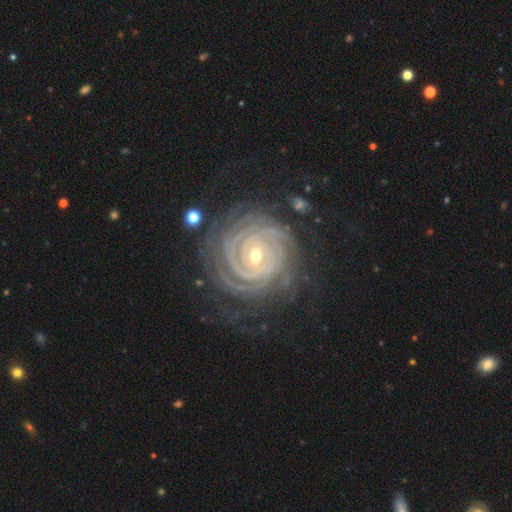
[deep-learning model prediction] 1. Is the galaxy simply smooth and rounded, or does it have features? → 92% featured or disk, 5% star or artifact, 3% smooth.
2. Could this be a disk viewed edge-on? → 97% no, 3% yes.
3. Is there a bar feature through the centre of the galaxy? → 43% no, 31% weak, 26% strong.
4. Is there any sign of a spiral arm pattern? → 99% yes, 1% no.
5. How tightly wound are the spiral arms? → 90% tight, 8% medium, 2% loose.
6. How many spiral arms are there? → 20% 4, 19% 3, 18% 2, 18% more than 4, 18% can't tell, 8% 1.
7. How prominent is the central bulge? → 53% small, 44% moderate, 1% large, 1% none, 1% dominant.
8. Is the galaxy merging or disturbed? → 76% none, 15% minor disturbance, 7% major disturbance, 2% merger.